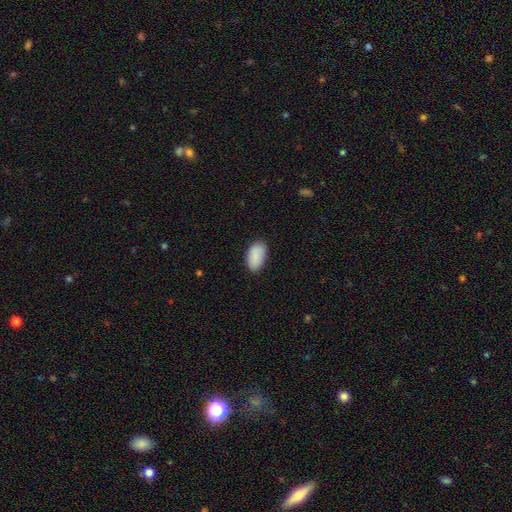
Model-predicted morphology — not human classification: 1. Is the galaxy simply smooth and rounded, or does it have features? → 88% smooth, 6% star or artifact, 6% featured or disk.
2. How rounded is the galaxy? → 94% in between, 4% round, 2% cigar-shaped.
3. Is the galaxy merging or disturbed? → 81% none, 15% minor disturbance, 3% major disturbance, 1% merger.